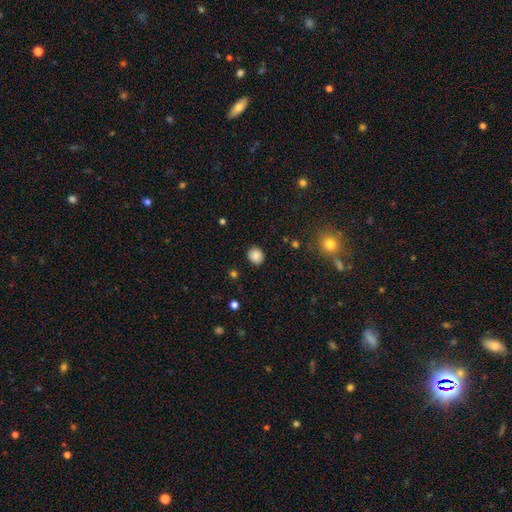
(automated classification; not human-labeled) This appears to be a smooth galaxy with no disk features (85%) that is round (82%). Merging: none (89%).